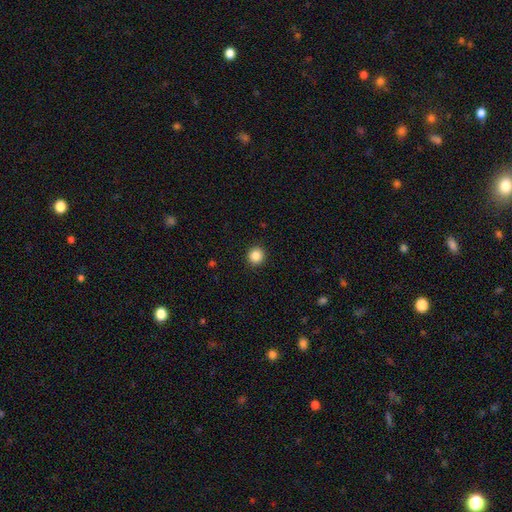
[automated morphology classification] smooth 86%, star or artifact 10%, featured or disk 4%. Down the decision tree: how rounded — round (93%); merging — none (93%).